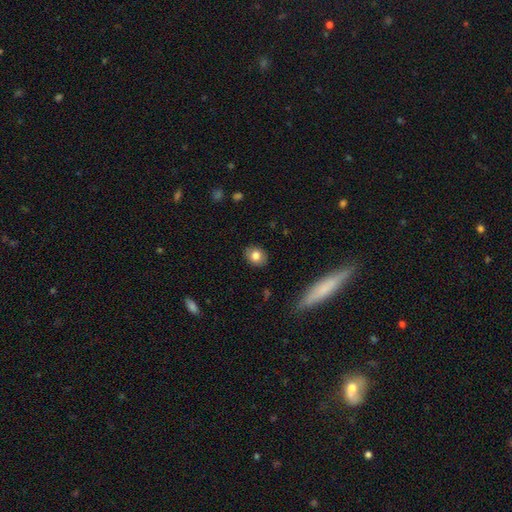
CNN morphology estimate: Q: Smooth or featured?
A: smooth (81%); runner-up: featured or disk (11%)
Q: How rounded?
A: round (52%); runner-up: in between (46%)
Q: Merging?
A: none (87%); runner-up: minor disturbance (10%)